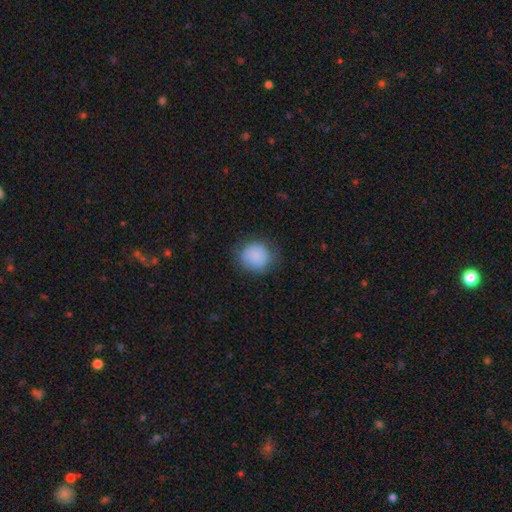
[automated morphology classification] Smooth or featured? Predicted: smooth (p=0.85). How rounded? Predicted: round (p=0.86). Merging? Predicted: none (p=0.76).